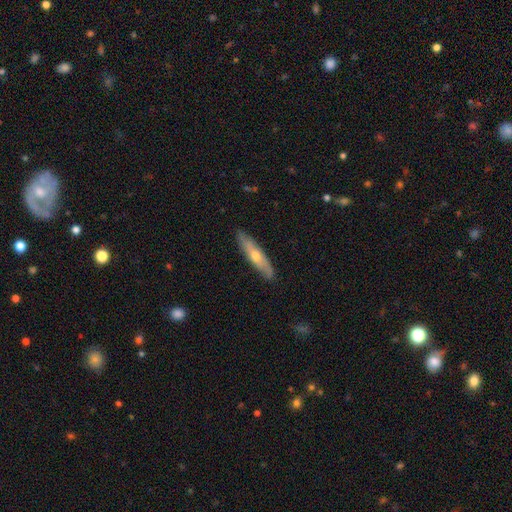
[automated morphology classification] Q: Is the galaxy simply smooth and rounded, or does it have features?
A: featured or disk — 52%.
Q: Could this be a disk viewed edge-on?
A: yes — 64%.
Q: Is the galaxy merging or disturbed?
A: none — 85%.